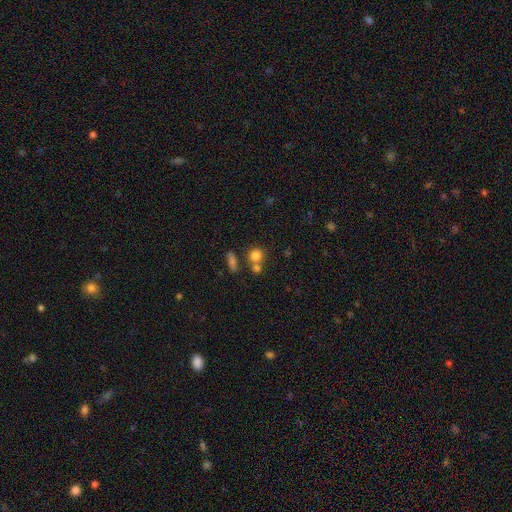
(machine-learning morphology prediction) This is likely a smooth galaxy (79%). How rounded: clearly round (84%). Merging: possibly none (57%).